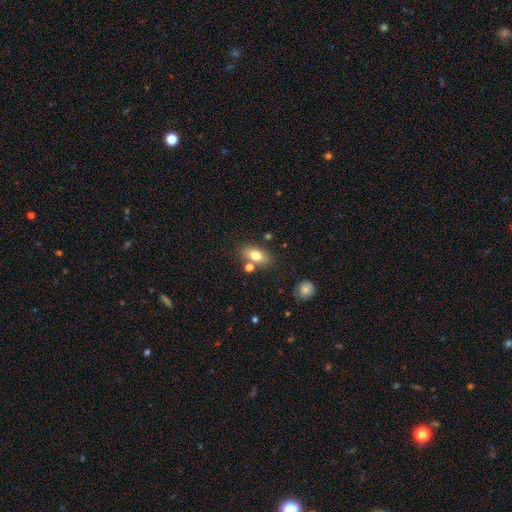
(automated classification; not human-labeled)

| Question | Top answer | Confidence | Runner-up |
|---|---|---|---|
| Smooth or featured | smooth | 77% | featured or disk (15%) |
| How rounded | in between | 85% | cigar-shaped (8%) |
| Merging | none | 72% | merger (12%) |